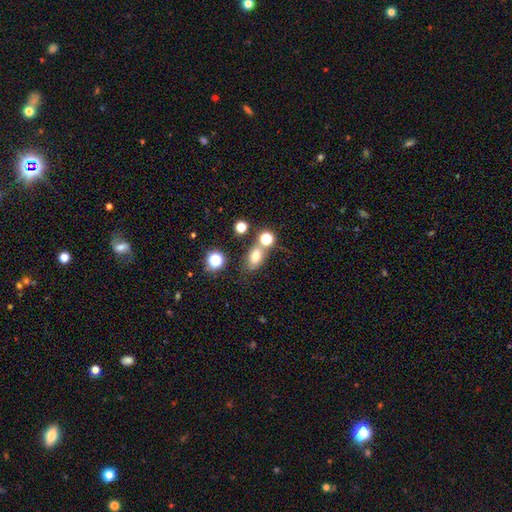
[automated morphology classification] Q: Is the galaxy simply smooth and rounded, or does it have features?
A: smooth — 71%.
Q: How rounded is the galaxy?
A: in between — 75%.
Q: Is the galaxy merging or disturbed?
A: none — 61%.